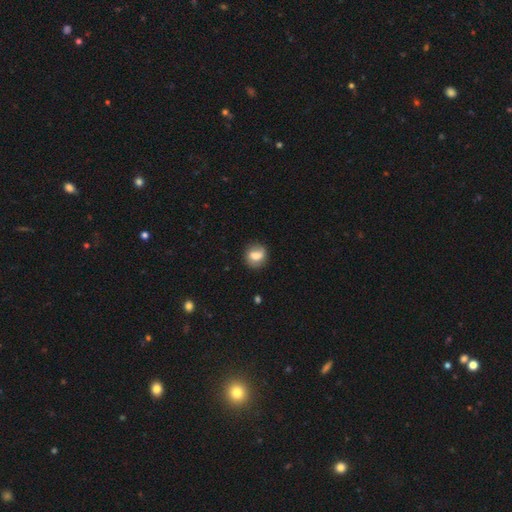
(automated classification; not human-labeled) A smooth galaxy with no disk features (65%) that is round (69%). Merging: none (78%).